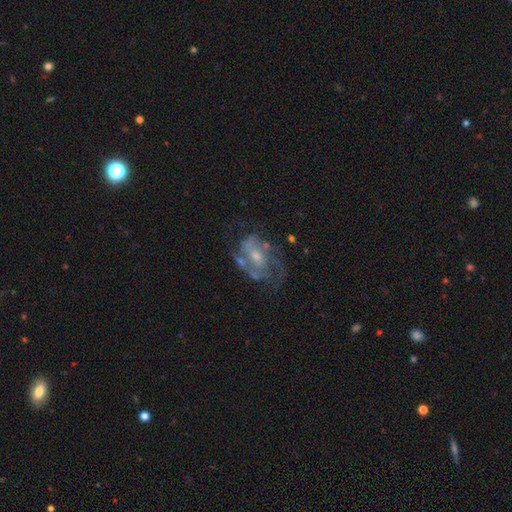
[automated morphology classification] Q: Smooth or featured?
A: featured or disk (80%); runner-up: smooth (12%)
Q: Edge-on disk?
A: no (97%); runner-up: yes (3%)
Q: Bar?
A: no (52%); runner-up: weak (37%)
Q: Spiral arms?
A: yes (81%); runner-up: no (19%)
Q: Spiral winding?
A: medium (47%); runner-up: tight (34%)
Q: Spiral arm count?
A: 2 (48%); runner-up: can't tell (26%)
Q: Bulge size?
A: small (47%); runner-up: moderate (44%)
Q: Merging?
A: none (50%); runner-up: major disturbance (22%)